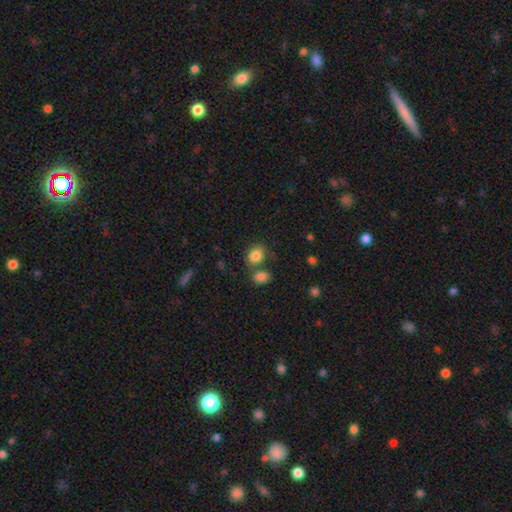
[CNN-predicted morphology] smooth 84%, star or artifact 9%, featured or disk 6%. Down the decision tree: how rounded — in between (53%); merging — none (59%).